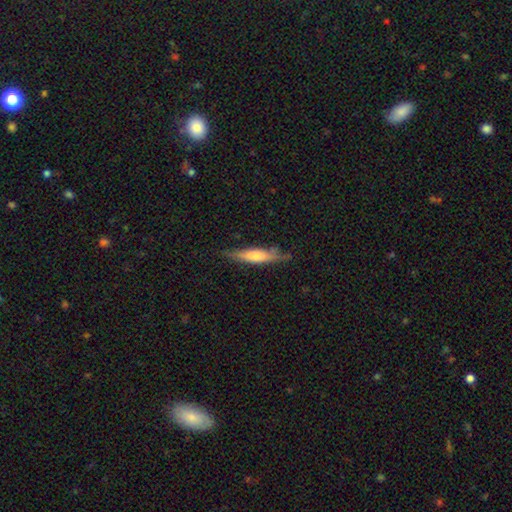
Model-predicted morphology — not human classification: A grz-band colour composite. It shows a smooth galaxy with no disk features (55%) that is cigar-shaped (82%). Merging: none (76%).